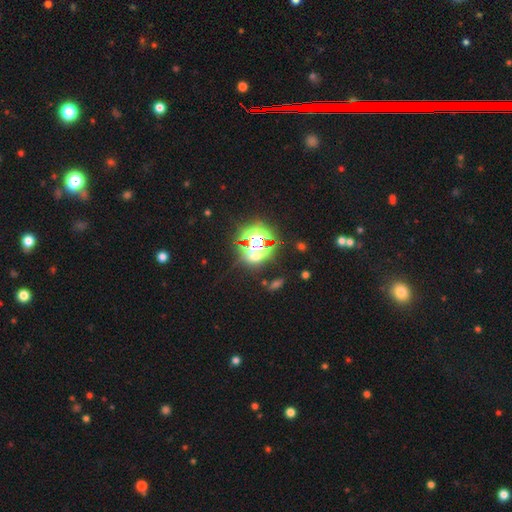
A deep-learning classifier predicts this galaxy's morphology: This is likely a star or artifact rather than a galaxy (71%).